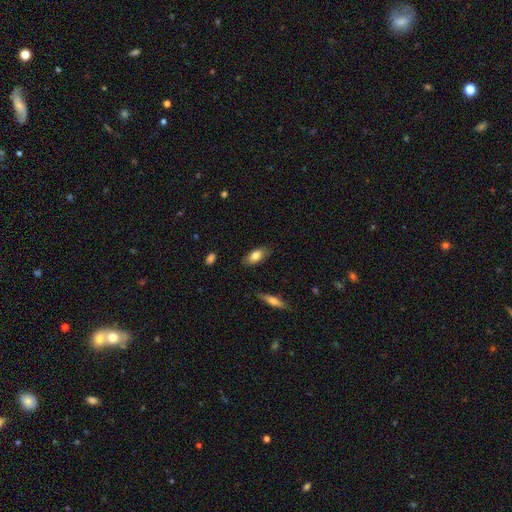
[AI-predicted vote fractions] Smooth or featured: smooth — 79% (featured or disk — 14%)
How rounded: in between — 85% (cigar-shaped — 11%)
Merging: none — 83% (minor disturbance — 13%)